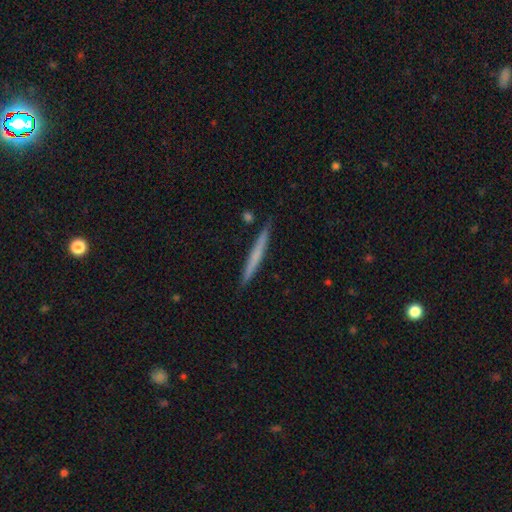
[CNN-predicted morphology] The model was most divided on "smooth or featured": smooth: 56%, featured or disk: 38%, star or artifact: 5%. More confident: how rounded — cigar-shaped (97%); merging — none (90%).